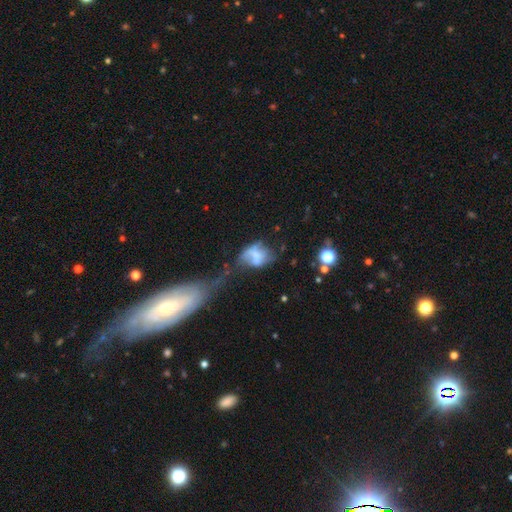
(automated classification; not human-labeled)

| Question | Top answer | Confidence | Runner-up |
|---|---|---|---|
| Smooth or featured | smooth | 47% | featured or disk (42%) |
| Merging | major disturbance | 37% | merger (24%) |